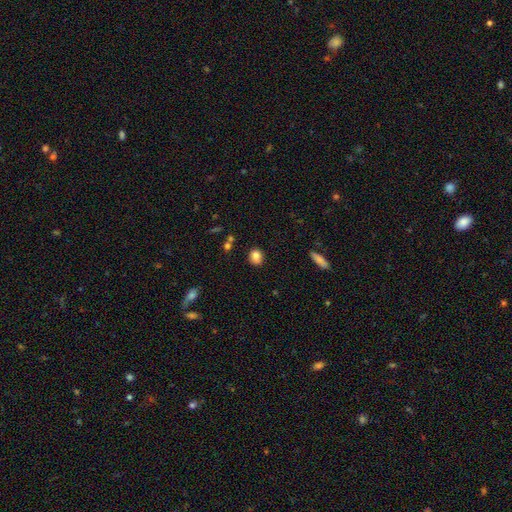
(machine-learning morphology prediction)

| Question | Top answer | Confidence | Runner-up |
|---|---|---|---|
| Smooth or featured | smooth | 82% | star or artifact (10%) |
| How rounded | round | 64% | in between (35%) |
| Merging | none | 82% | minor disturbance (12%) |